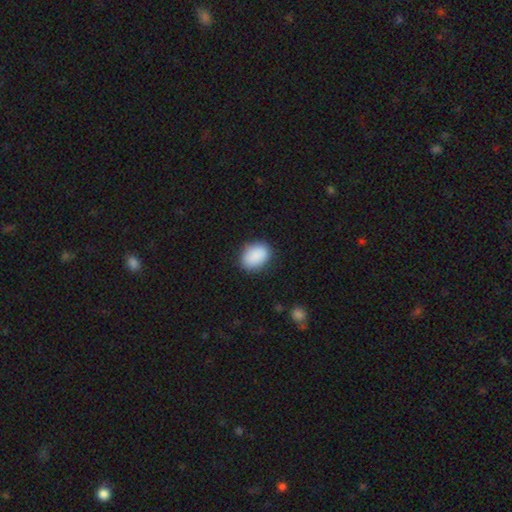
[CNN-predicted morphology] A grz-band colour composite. It shows a smooth galaxy with no disk features (89%) that is in between round and cigar-shaped (70%). Merging: none (85%).